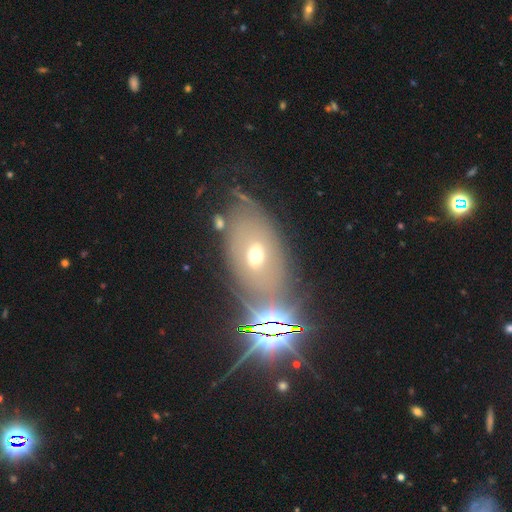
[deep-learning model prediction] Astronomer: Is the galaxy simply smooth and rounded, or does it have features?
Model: featured or disk — 40% (runner-up: star or artifact, 32%).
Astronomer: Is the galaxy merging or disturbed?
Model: none — 68%.